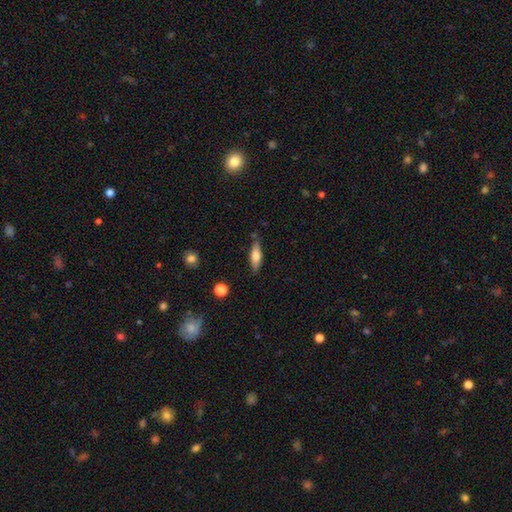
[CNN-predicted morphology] Smooth or featured? smooth (66%)
How rounded? in between (50%)
Merging? none (79%)